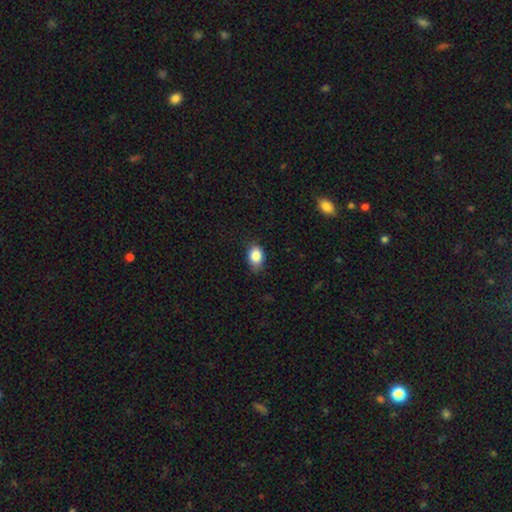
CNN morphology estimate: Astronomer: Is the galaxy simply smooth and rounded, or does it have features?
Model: smooth — 87%.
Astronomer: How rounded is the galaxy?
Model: in between — 73%.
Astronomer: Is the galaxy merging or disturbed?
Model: none — 68%.